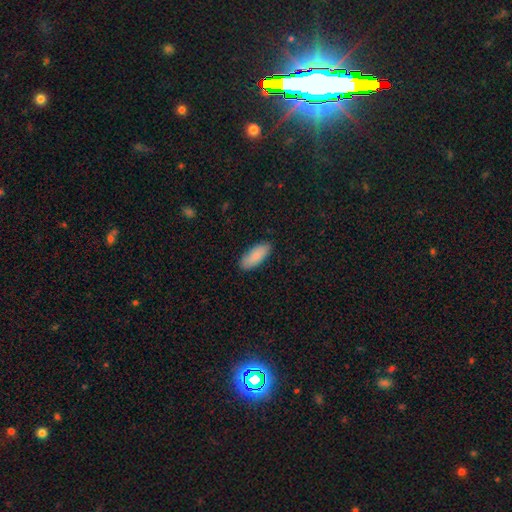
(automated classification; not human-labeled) Smooth or featured? Predicted: smooth (p=0.87). How rounded? Predicted: in between (p=0.84). Merging? Predicted: none (p=0.87).